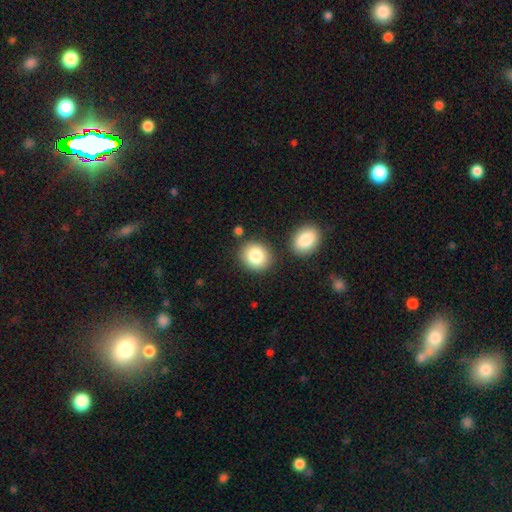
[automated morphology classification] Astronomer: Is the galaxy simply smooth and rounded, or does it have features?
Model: smooth — 83%.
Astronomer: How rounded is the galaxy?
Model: round — 75%.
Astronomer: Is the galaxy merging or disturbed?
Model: none — 79%.